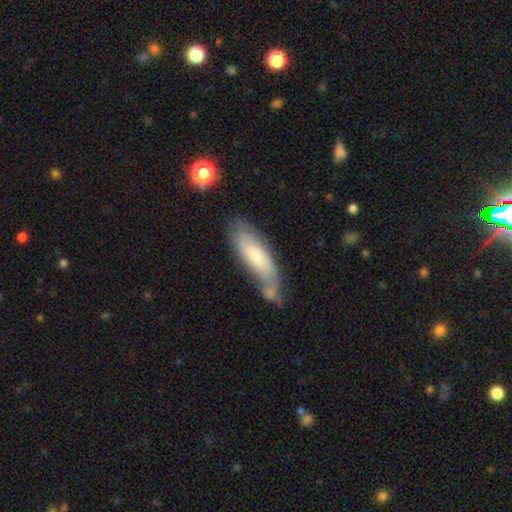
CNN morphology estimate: This is possibly a smooth galaxy (57%). How rounded: possibly in between (52%). Merging: marginally none (44%).